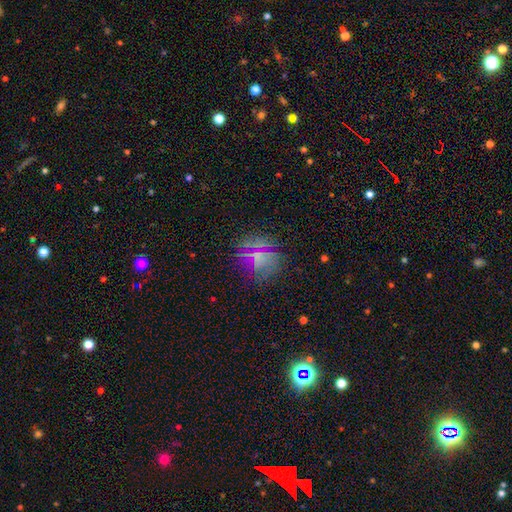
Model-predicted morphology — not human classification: Overall: smooth (44%; star or artifact 42%). Merging: none (79%).